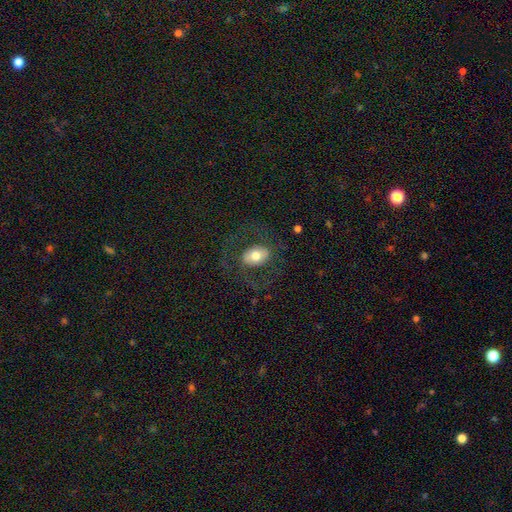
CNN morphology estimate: smooth-or-featured: smooth: 58% | featured or disk: 33% | star or artifact: 8%
  how-rounded: in between: 75% | round: 24% | cigar-shaped: 1%
  merging: none: 70% | major disturbance: 15% | minor disturbance: 13% | merger: 1%